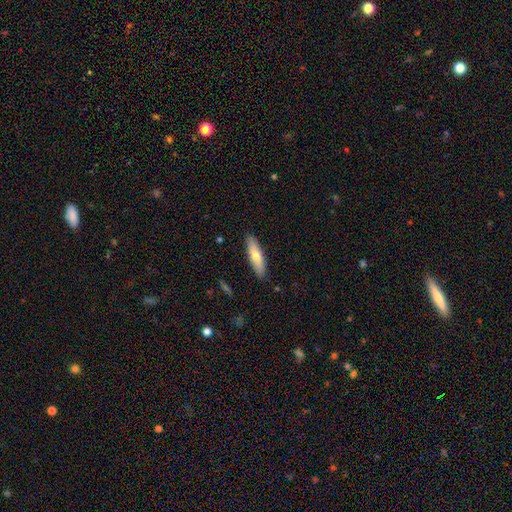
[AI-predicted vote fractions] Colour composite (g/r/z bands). It shows a smooth galaxy with no disk features (69%) that is cigar-shaped (63%). Merging: none (88%).